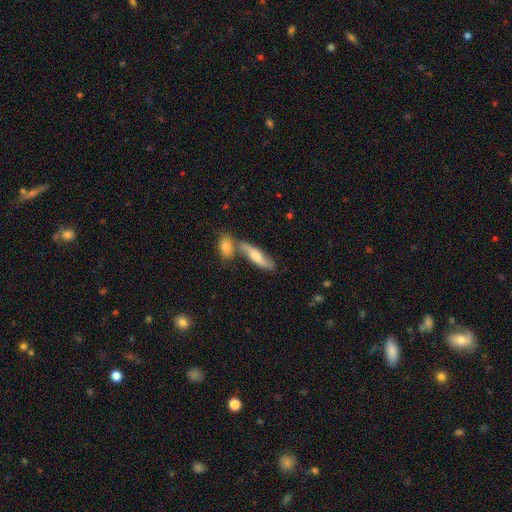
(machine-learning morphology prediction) Smooth or featured? smooth (48%)
Merging? none (55%)